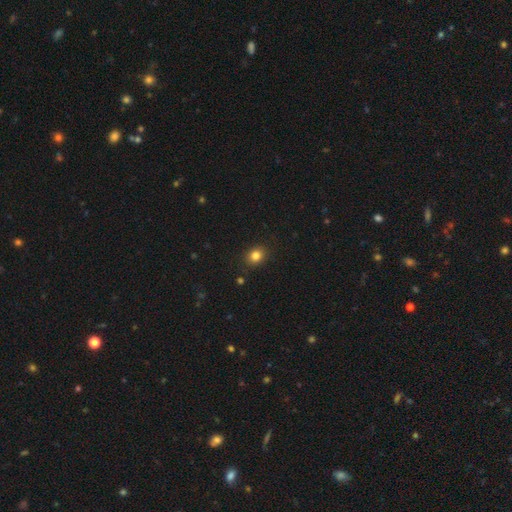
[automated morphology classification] This appears to be a smooth galaxy with no disk features (83%) that is round (67%). Merging: none (89%).